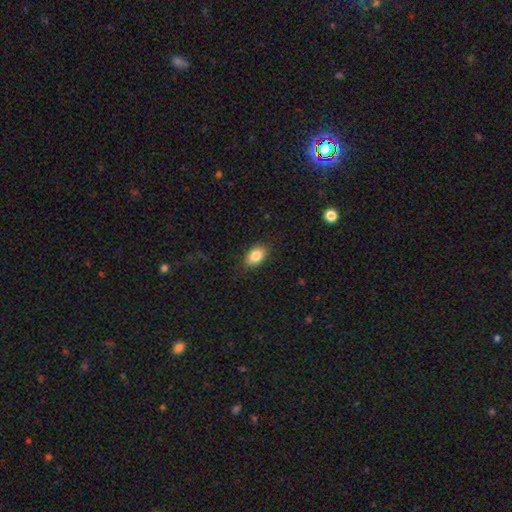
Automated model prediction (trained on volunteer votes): smooth_or_featured: smooth (p=0.85) [alt: star or artifact p=0.08]
how_rounded: in between (p=0.88) [alt: round p=0.10]
merging: none (p=0.86) [alt: minor disturbance p=0.11]